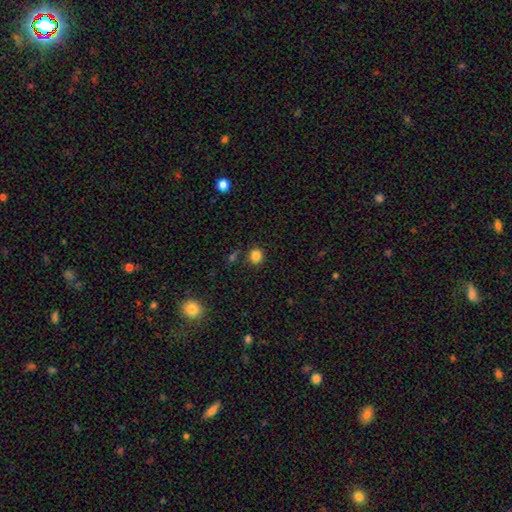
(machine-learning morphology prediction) type=smooth (84%); roundness=round (90%); merging=none (86%).